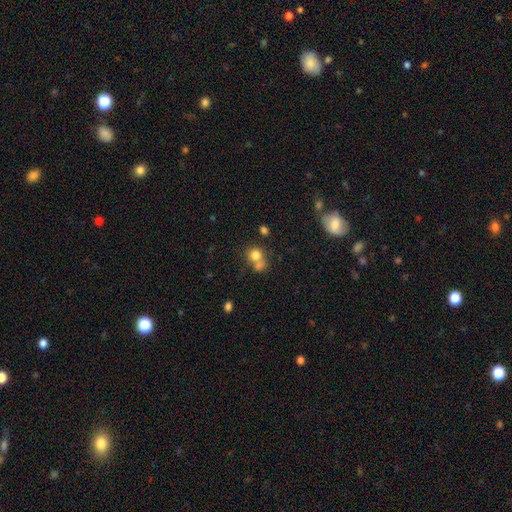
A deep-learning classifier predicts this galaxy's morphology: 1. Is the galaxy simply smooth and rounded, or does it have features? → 77% smooth, 12% star or artifact, 11% featured or disk.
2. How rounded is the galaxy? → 79% round, 20% in between, 1% cigar-shaped.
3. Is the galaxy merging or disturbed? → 47% merger, 40% none, 9% minor disturbance, 4% major disturbance.